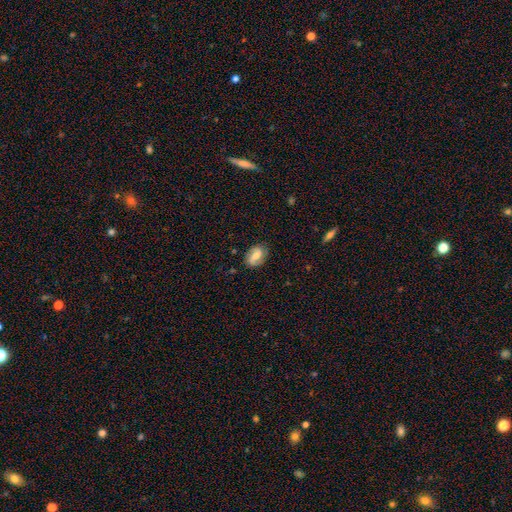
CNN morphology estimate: Smooth or featured: featured or disk — 62% (smooth — 30%)
Edge-on disk: no — 97% (yes — 3%)
Bar: weak — 47% (no — 30%)
Spiral arms: yes — 91% (no — 9%)
Spiral winding: medium — 40% (loose — 39%)
Spiral arm count: 2 — 86% (can't tell — 6%)
Bulge size: moderate — 53% (small — 33%)
Merging: none — 80% (minor disturbance — 15%)